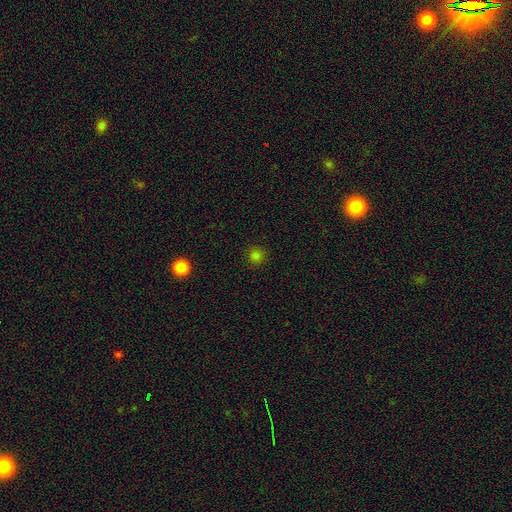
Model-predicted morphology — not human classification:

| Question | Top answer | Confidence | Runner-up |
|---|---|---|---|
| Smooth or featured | smooth | 80% | star or artifact (17%) |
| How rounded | round | 94% | in between (5%) |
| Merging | none | 91% | minor disturbance (6%) |